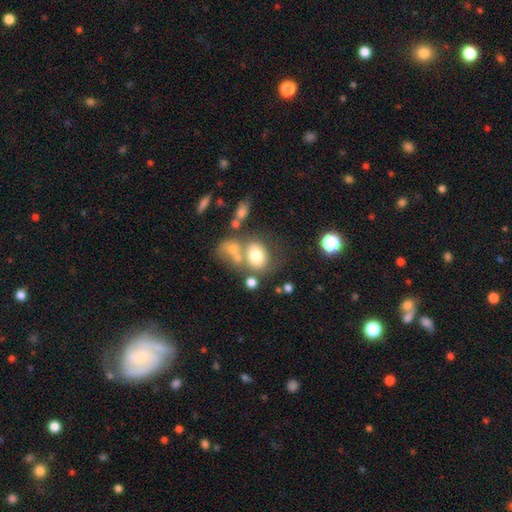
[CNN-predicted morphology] Smooth or featured?
  - smooth: 70% *
  - featured or disk: 19%
  - star or artifact: 11%
How rounded?
  - round: 51% *
  - in between: 48%
  - cigar-shaped: 1%
Merging?
  - none: 40% *
  - merger: 35%
  - minor disturbance: 15%
  - major disturbance: 11%